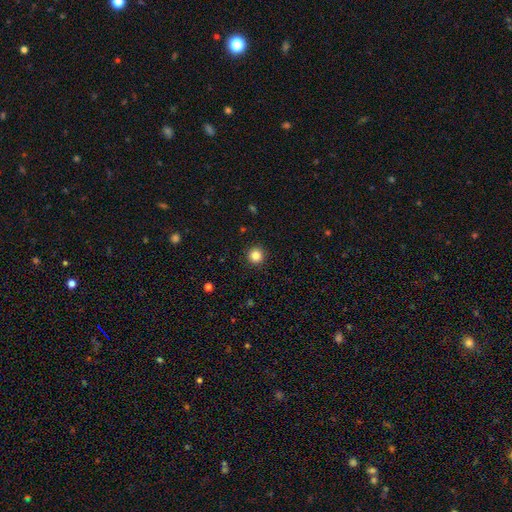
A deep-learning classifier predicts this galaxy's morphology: A smooth galaxy with no disk features (84%) that is round (96%).

Vote fractions:
- Smooth or featured? smooth: 84% / star or artifact: 11% / featured or disk: 4%
- How rounded? round: 96% / in between: 3% / cigar-shaped: 1%
- Merging? none: 93% / minor disturbance: 5% / major disturbance: 2% / merger: 1%